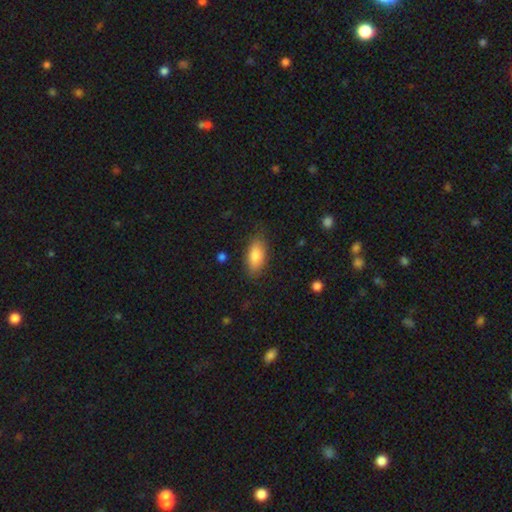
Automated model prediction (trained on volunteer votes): This is clearly a smooth galaxy (81%). How rounded: clearly in between (83%). Merging: clearly none (81%).